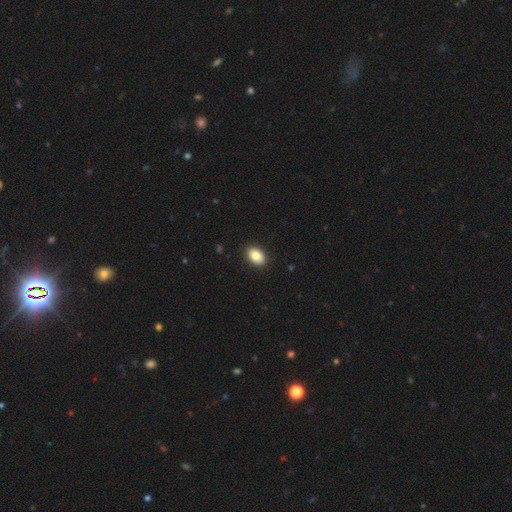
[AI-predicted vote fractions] Smooth or featured? smooth (86%)
How rounded? in between (84%)
Merging? none (90%)